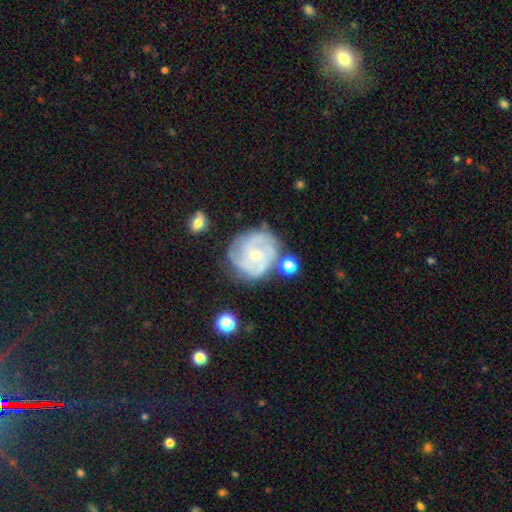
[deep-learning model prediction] A featured or disk galaxy (75%) with no bar (69%), tight (54%) spiral arms (86%) and a small central bulge (63%).

Vote fractions:
- Smooth or featured? featured or disk: 75% / smooth: 18% / star or artifact: 7%
- Edge-on disk? no: 98% / yes: 2%
- Bar? no: 69% / weak: 26% / strong: 5%
- Spiral arms? yes: 86% / no: 14%
- Spiral winding? tight: 54% / medium: 35% / loose: 11%
- Spiral arm count? can't tell: 35% / 3: 26% / 2: 20% / 4: 10% / 1: 5% / more than 4: 4%
- Bulge size? small: 63% / moderate: 32% / none: 2% / large: 1% / dominant: 1%
- Merging? none: 63% / minor disturbance: 21% / major disturbance: 10% / merger: 6%